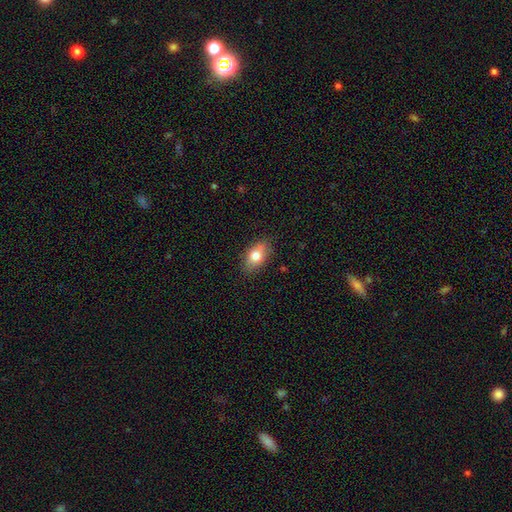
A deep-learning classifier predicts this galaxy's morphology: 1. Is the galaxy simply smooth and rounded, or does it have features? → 76% smooth, 16% featured or disk, 8% star or artifact.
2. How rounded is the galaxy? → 86% in between, 11% round, 3% cigar-shaped.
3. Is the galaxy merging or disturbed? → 82% none, 14% minor disturbance, 3% major disturbance, 1% merger.